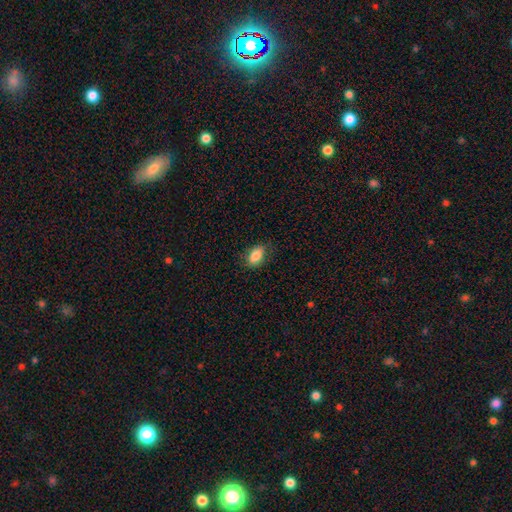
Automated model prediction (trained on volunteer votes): A smooth galaxy with no disk features (83%) that is in between round and cigar-shaped (87%).

Vote fractions:
- Smooth or featured? smooth: 83% / featured or disk: 9% / star or artifact: 8%
- How rounded? in between: 87% / round: 11% / cigar-shaped: 2%
- Merging? none: 78% / minor disturbance: 17% / major disturbance: 4% / merger: 1%